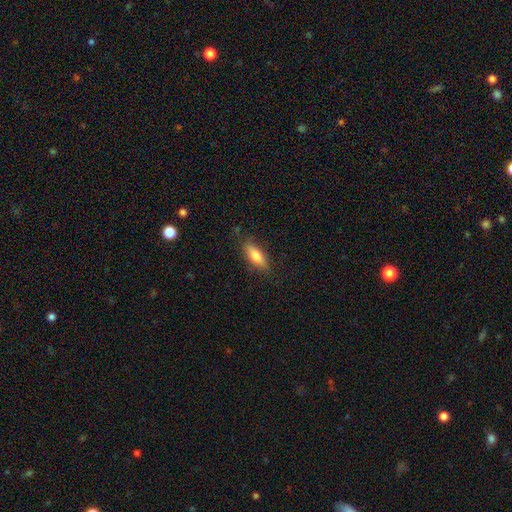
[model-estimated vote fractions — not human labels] smooth 74%, featured or disk 19%, star or artifact 7%. Down the decision tree: how rounded — in between (64%); merging — none (82%).